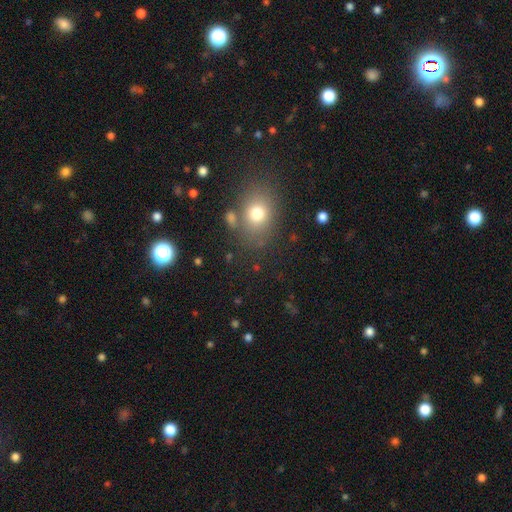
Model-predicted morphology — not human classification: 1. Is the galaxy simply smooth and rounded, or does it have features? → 64% smooth, 25% star or artifact, 11% featured or disk.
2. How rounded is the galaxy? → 53% in between, 45% round, 1% cigar-shaped.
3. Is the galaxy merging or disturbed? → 82% none, 10% minor disturbance, 5% merger, 4% major disturbance.